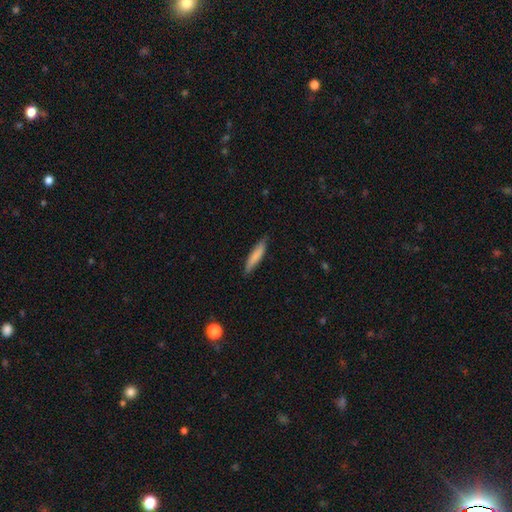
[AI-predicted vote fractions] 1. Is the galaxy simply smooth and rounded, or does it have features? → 80% smooth, 15% featured or disk, 5% star or artifact.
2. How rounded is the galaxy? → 84% cigar-shaped, 15% in between, 1% round.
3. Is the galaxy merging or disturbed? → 82% none, 14% minor disturbance, 2% major disturbance, 1% merger.